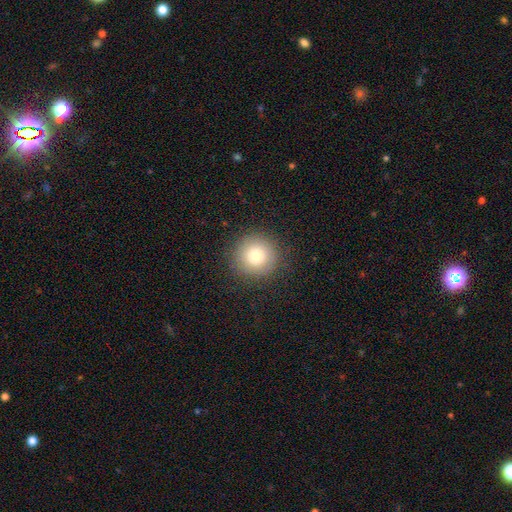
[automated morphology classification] A smooth galaxy with no disk features (79%) that is round (94%).

Vote fractions:
- Smooth or featured? smooth: 79% / star or artifact: 11% / featured or disk: 10%
- How rounded? round: 94% / in between: 5% / cigar-shaped: 1%
- Merging? none: 89% / minor disturbance: 7% / major disturbance: 3% / merger: 1%